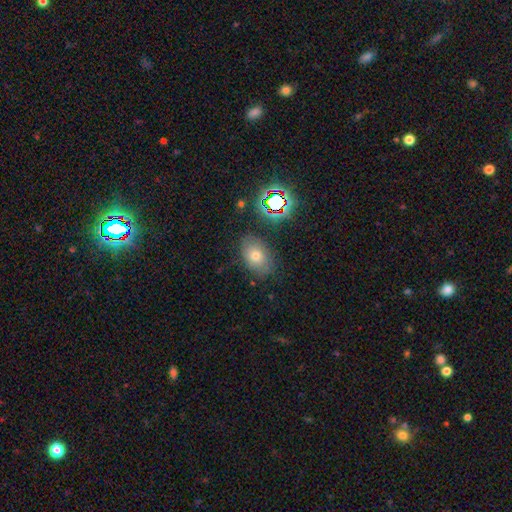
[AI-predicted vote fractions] Smooth or featured?
  - smooth: 64% *
  - star or artifact: 19%
  - featured or disk: 17%
How rounded?
  - in between: 81% *
  - round: 18%
  - cigar-shaped: 1%
Merging?
  - none: 80% *
  - minor disturbance: 14%
  - major disturbance: 4%
  - merger: 2%